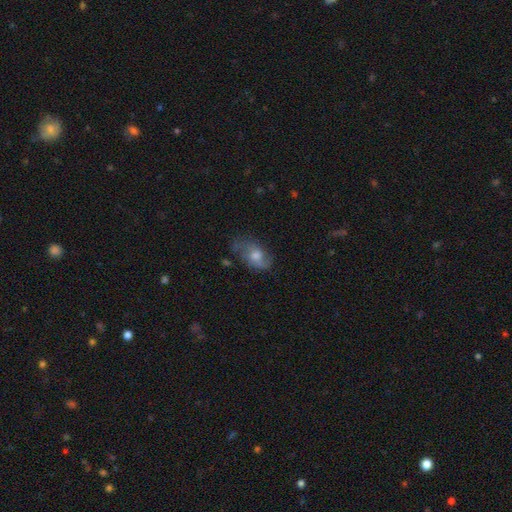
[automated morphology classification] Smooth or featured? featured or disk (55%)
Edge-on disk? no (93%)
Bar? no (70%)
Spiral arms? yes (79%)
Bulge size? moderate (62%)
Merging? none (61%)